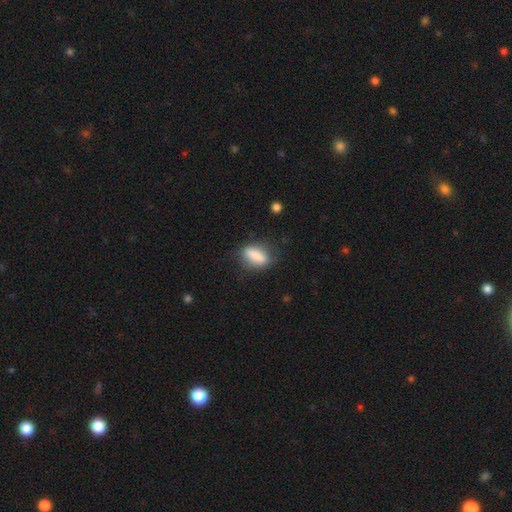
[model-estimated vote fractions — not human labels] Morphology: type=smooth (78%); roundness=in between (61%); merging=none (75%).